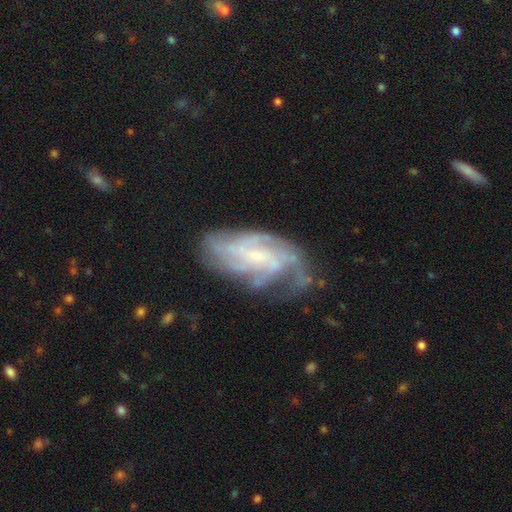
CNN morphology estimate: This is clearly a featured or disk galaxy (81%). It is clearly not viewed edge-on (95%). Bar: possibly no (50%). Spiral arm pattern: clearly yes (93%). Spiral arm count: marginally can't tell (34%). Spiral winding: possibly tight (46%). Central bulge: likely small (68%). Merging: possibly none (60%).